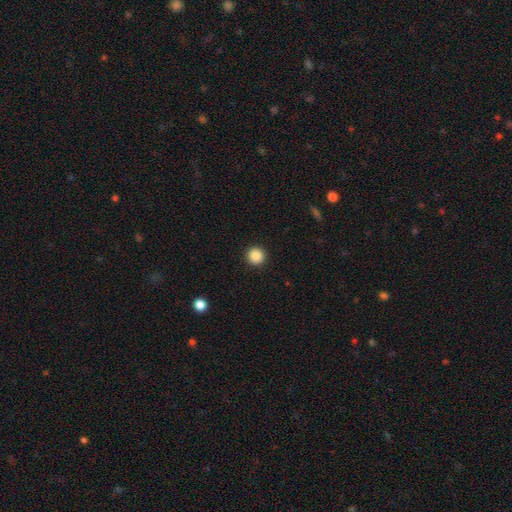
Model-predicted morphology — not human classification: Smooth or featured? smooth (88%)
How rounded? round (95%)
Merging? none (93%)